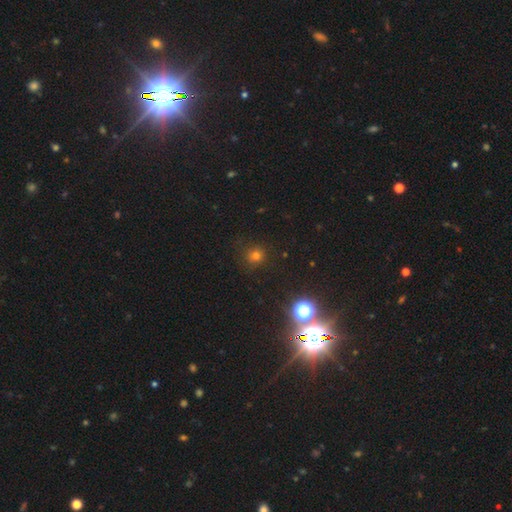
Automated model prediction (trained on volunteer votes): This is likely a smooth galaxy (68%). How rounded: clearly round (91%). Merging: clearly none (87%).